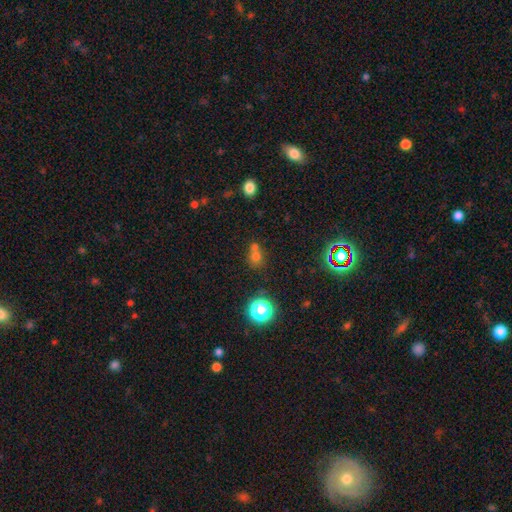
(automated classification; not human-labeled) Q: Smooth or featured?
A: smooth (60%); runner-up: star or artifact (29%)
Q: How rounded?
A: round (76%); runner-up: in between (22%)
Q: Merging?
A: none (48%); runner-up: merger (40%)